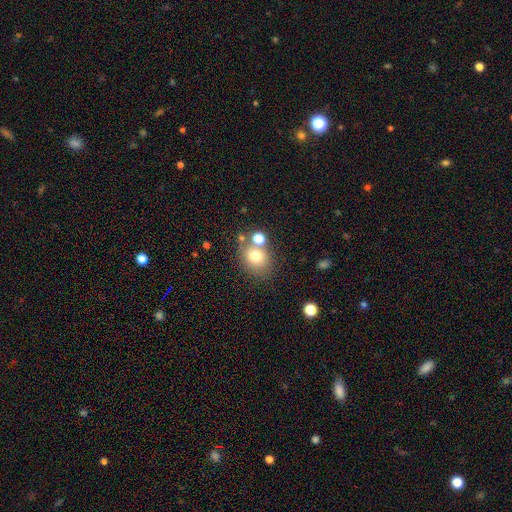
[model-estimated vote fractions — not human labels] Smooth or featured? smooth (73%)
How rounded? round (61%)
Merging? none (62%)